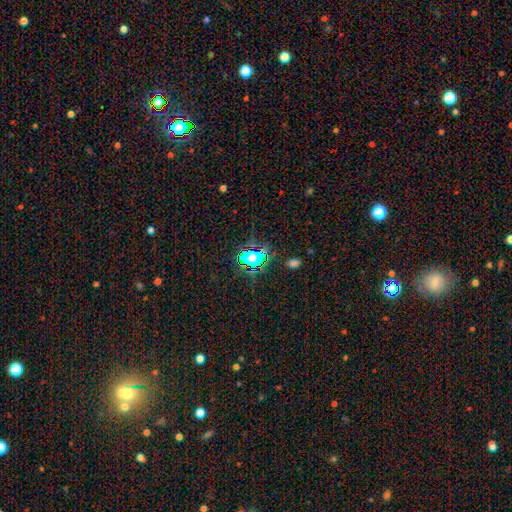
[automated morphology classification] This appears to be a star or artifact, not a galaxy (50%).